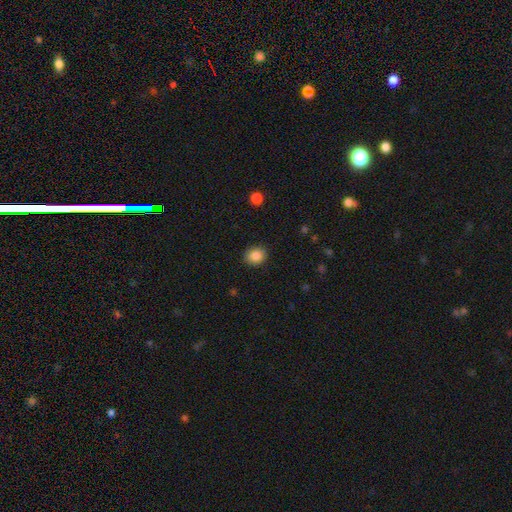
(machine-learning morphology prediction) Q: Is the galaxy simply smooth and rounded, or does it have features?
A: smooth — 87%.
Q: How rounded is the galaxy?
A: round — 63%.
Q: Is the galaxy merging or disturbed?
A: none — 89%.